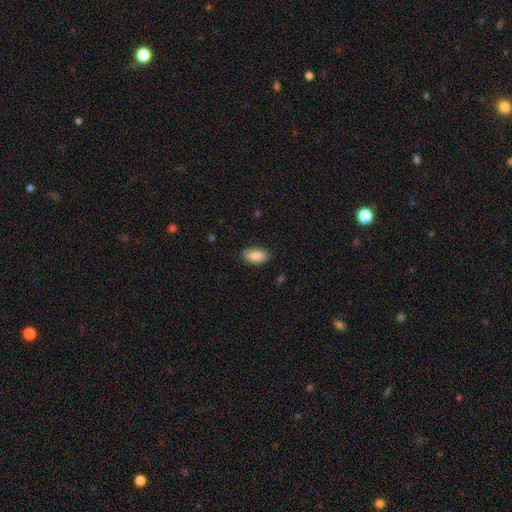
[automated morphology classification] A smooth galaxy with no disk features (87%) that is in between round and cigar-shaped (94%). Merging: none (86%).